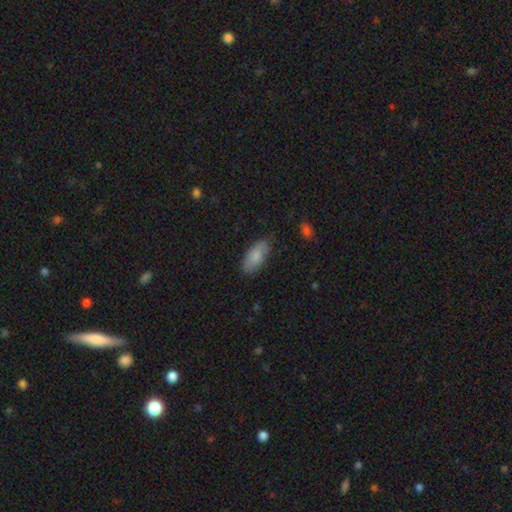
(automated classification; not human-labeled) A smooth galaxy with no disk features (82%) that is in between round and cigar-shaped (89%). Merging: none (78%).